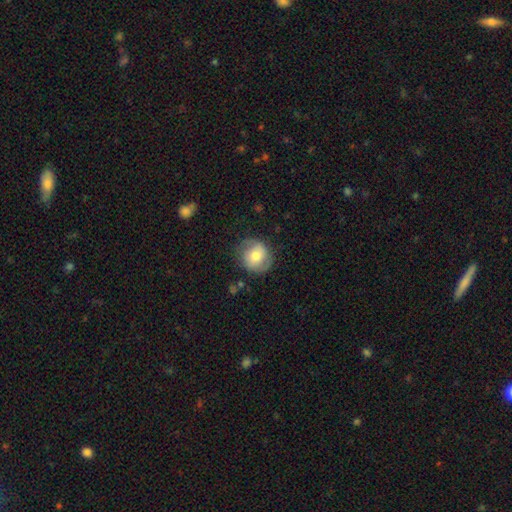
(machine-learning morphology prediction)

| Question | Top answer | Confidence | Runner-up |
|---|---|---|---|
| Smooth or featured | smooth | 61% | featured or disk (31%) |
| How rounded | round | 84% | in between (15%) |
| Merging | none | 74% | minor disturbance (18%) |